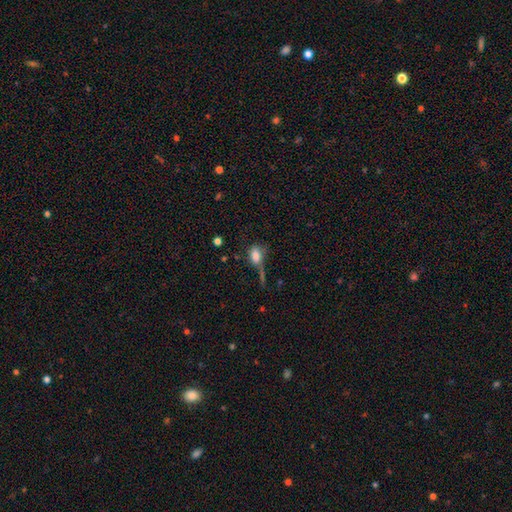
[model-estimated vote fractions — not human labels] The model was most divided on "merging": none: 36%, major disturbance: 23%, minor disturbance: 23%, merger: 18%. More confident: how rounded — in between (81%); smooth or featured — smooth (77%).